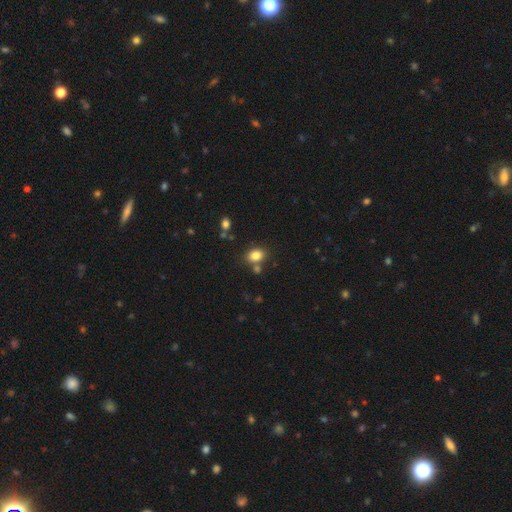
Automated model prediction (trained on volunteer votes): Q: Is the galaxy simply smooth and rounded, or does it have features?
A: smooth — 82%.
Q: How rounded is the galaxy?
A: in between — 65%.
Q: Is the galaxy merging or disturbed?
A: none — 71%.